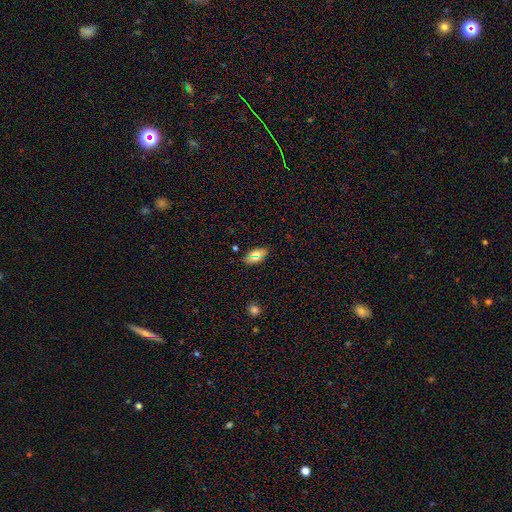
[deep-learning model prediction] Smooth or featured? smooth (71%)
How rounded? in between (88%)
Merging? none (85%)